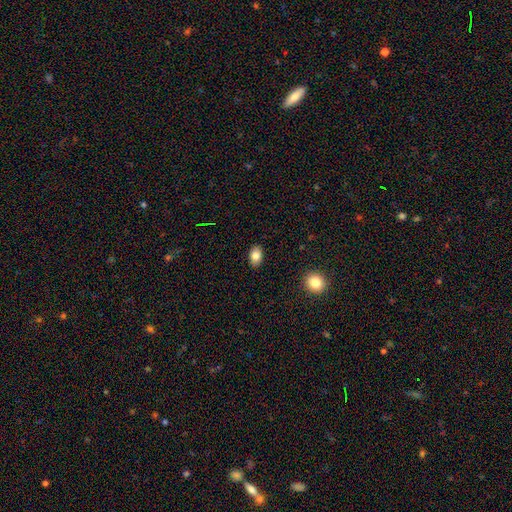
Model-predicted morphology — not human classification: Smooth or featured? Predicted: smooth (p=0.82). How rounded? Predicted: in between (p=0.86). Merging? Predicted: none (p=0.88).